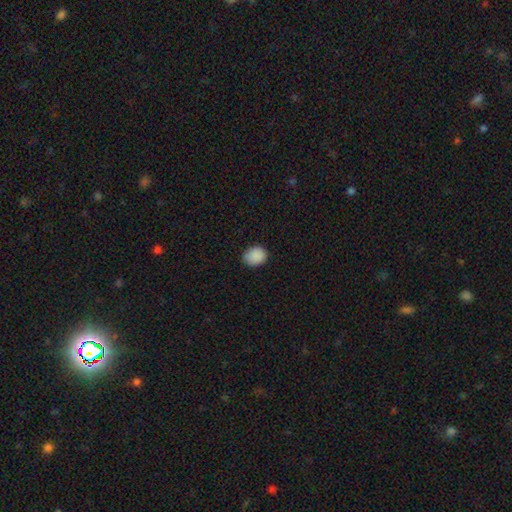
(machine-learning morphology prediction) Smooth or featured? smooth (89%)
How rounded? round (50%)
Merging? none (83%)